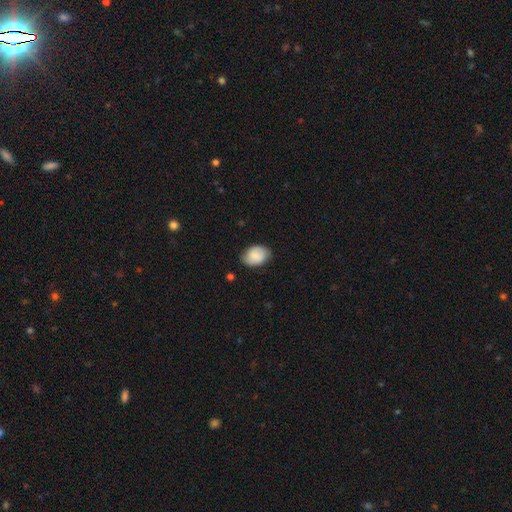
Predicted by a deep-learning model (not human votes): smooth-or-featured: smooth: 80% | featured or disk: 13% | star or artifact: 7%
  how-rounded: in between: 81% | round: 18% | cigar-shaped: 1%
  merging: none: 76% | minor disturbance: 19% | major disturbance: 3% | merger: 1%